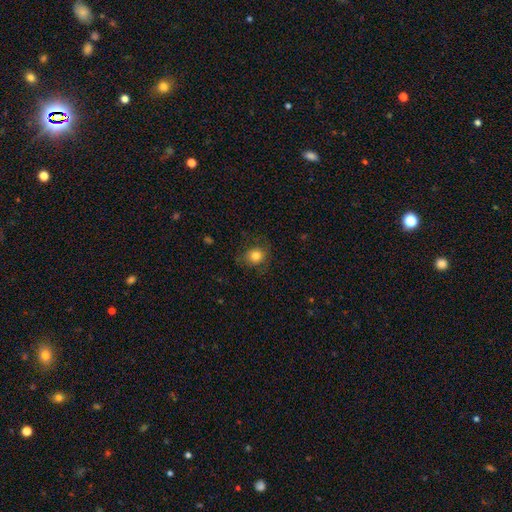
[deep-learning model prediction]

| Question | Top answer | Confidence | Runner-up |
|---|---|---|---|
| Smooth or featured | smooth | 81% | star or artifact (11%) |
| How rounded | round | 81% | in between (18%) |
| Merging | none | 77% | minor disturbance (16%) |